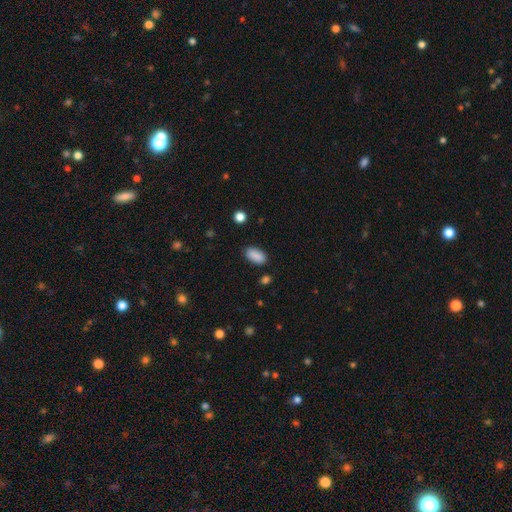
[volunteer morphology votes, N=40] A smooth galaxy with no disk features (92%) that is in between round and cigar-shaped (95%).

Vote fractions:
- Smooth or featured? smooth: 92% / star or artifact: 5% / featured or disk: 2%
- How rounded? in between: 95% / round: 3% / cigar-shaped: 3%
- Merging? none: 89% / minor disturbance: 8% / major disturbance: 3% / merger: 0%